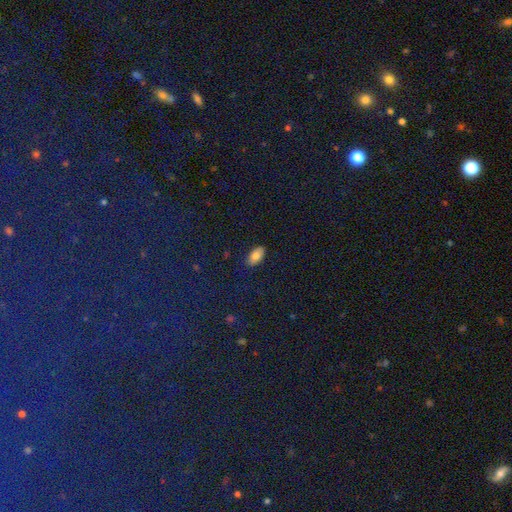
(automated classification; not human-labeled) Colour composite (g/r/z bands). It shows a smooth galaxy with no disk features (81%) that is in between round and cigar-shaped (92%). Merging: none (88%).